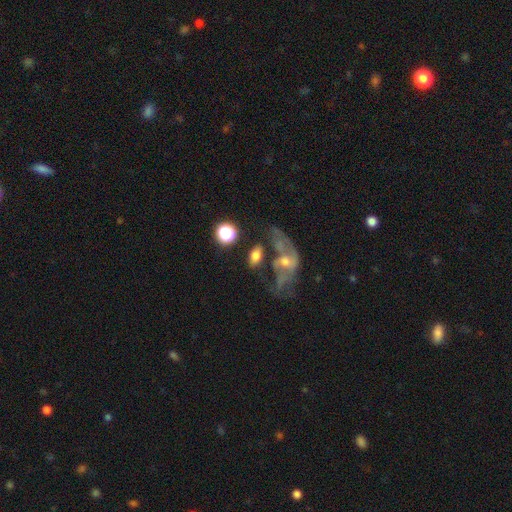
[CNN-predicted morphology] Q: Smooth or featured?
A: smooth (67%); runner-up: featured or disk (21%)
Q: How rounded?
A: in between (82%); runner-up: round (14%)
Q: Merging?
A: none (49%); runner-up: merger (23%)